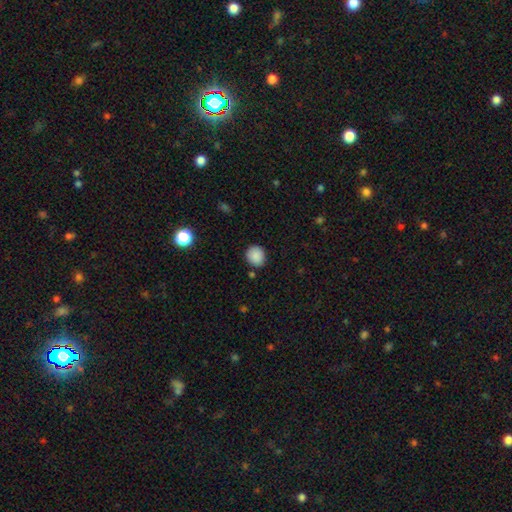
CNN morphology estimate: This appears to be a smooth galaxy with no disk features (88%) that is round (81%). Merging: none (85%).